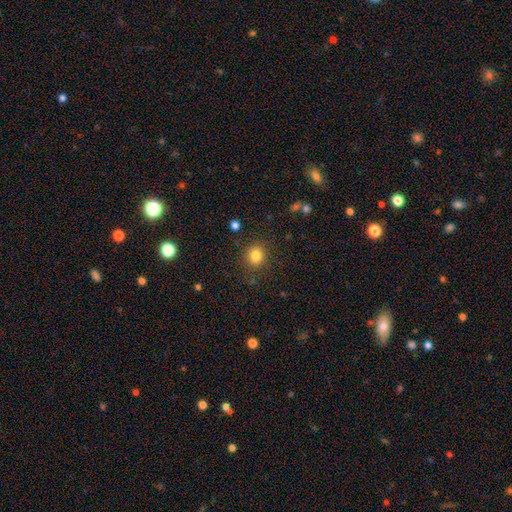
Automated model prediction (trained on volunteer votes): smooth-or-featured: smooth: 82% | star or artifact: 12% | featured or disk: 6%
  how-rounded: round: 84% | in between: 15% | cigar-shaped: 1%
  merging: none: 87% | minor disturbance: 8% | major disturbance: 3% | merger: 2%